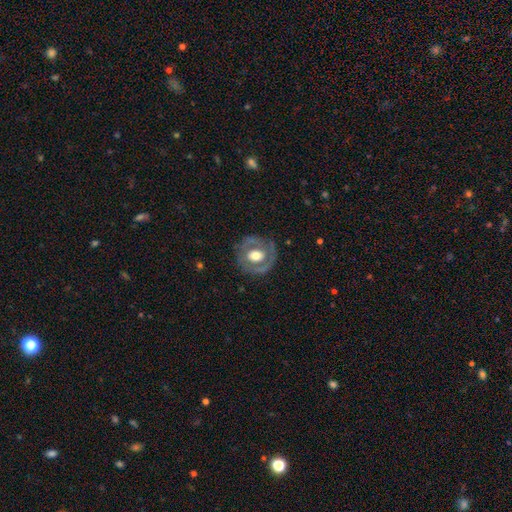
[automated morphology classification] Q: Smooth or featured?
A: featured or disk (59%); runner-up: smooth (35%)
Q: Edge-on disk?
A: no (95%); runner-up: yes (5%)
Q: Bar?
A: no (70%); runner-up: weak (22%)
Q: Spiral arms?
A: no (68%); runner-up: yes (32%)
Q: Bulge size?
A: moderate (52%); runner-up: large (39%)
Q: Merging?
A: none (75%); runner-up: minor disturbance (15%)